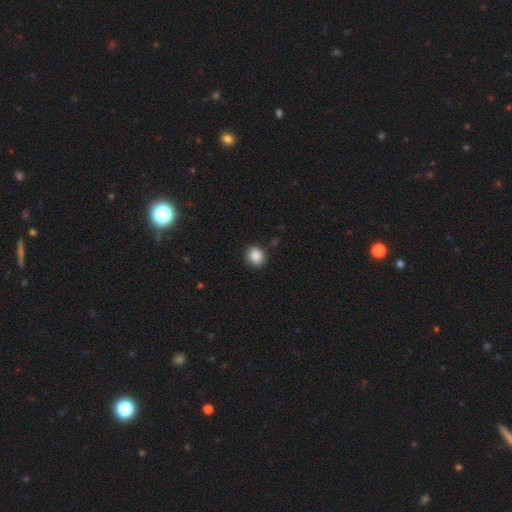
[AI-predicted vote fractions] Overall: smooth (88%). How rounded: round (73%). Merging: none (87%).